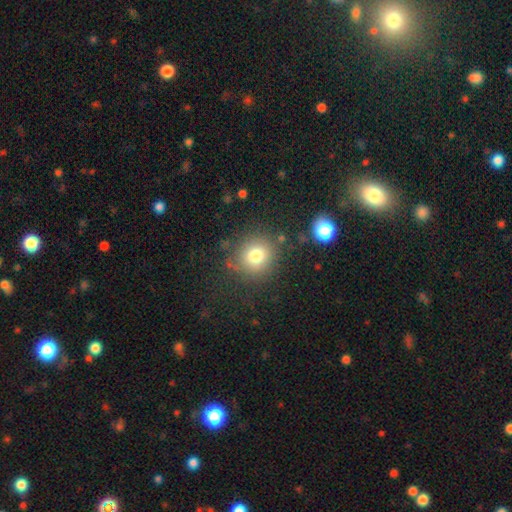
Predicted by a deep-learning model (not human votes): smooth-or-featured: smooth: 77% | star or artifact: 13% | featured or disk: 10%
  how-rounded: round: 86% | in between: 13% | cigar-shaped: 1%
  merging: none: 80% | minor disturbance: 11% | major disturbance: 5% | merger: 4%